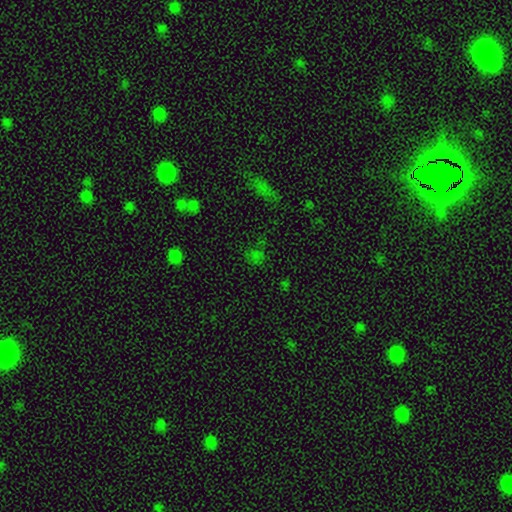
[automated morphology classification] Smooth or featured? star or artifact (53%)